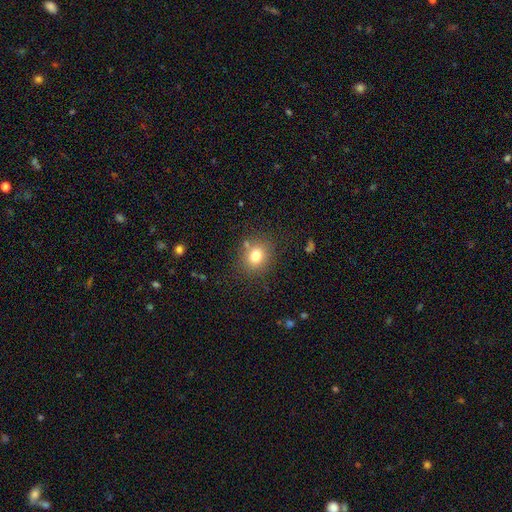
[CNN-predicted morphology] Smooth or featured?
  - smooth: 77% *
  - star or artifact: 13%
  - featured or disk: 10%
How rounded?
  - round: 72% *
  - in between: 27%
  - cigar-shaped: 1%
Merging?
  - none: 81% *
  - minor disturbance: 11%
  - merger: 4%
  - major disturbance: 4%